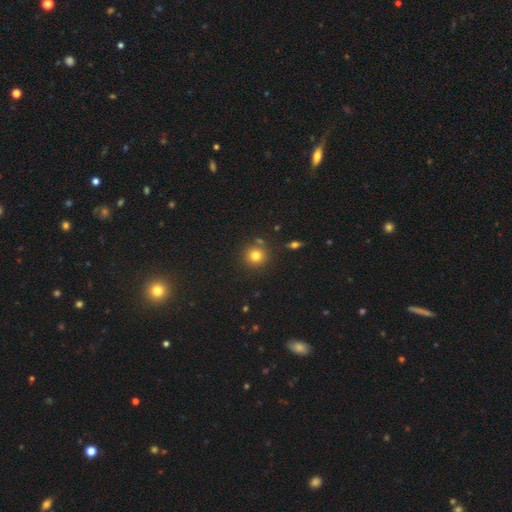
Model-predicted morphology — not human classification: A smooth galaxy with no disk features (80%) that is round (92%).

Vote fractions:
- Smooth or featured? smooth: 80% / star or artifact: 13% / featured or disk: 7%
- How rounded? round: 92% / in between: 7% / cigar-shaped: 1%
- Merging? none: 82% / minor disturbance: 8% / merger: 7% / major disturbance: 3%